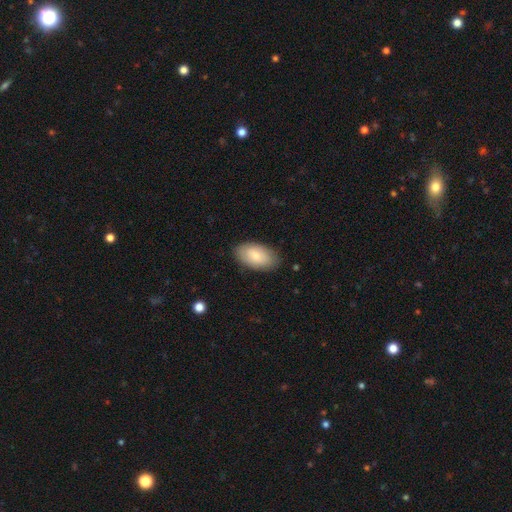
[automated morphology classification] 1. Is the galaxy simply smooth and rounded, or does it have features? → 81% smooth, 13% featured or disk, 6% star or artifact.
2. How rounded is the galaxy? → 95% in between, 3% round, 2% cigar-shaped.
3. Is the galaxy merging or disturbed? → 84% none, 13% minor disturbance, 3% major disturbance, 1% merger.